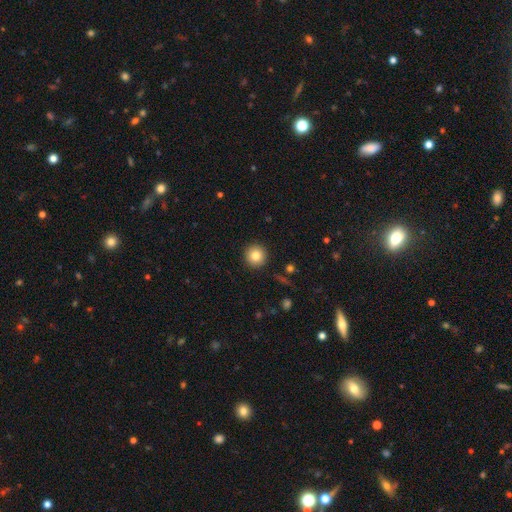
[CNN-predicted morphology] Smooth or featured: smooth — 82% (star or artifact — 9%)
How rounded: round — 96% (in between — 4%)
Merging: none — 92% (minor disturbance — 5%)